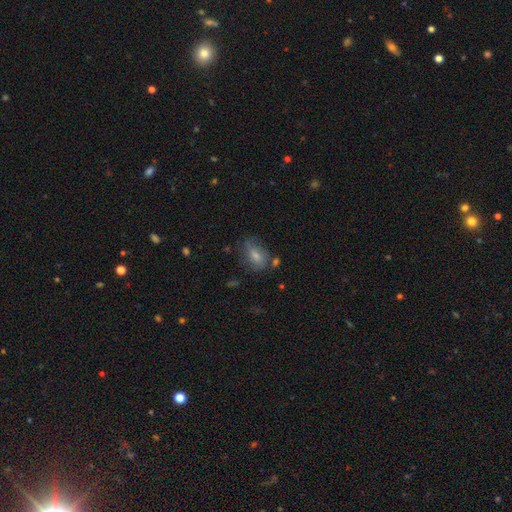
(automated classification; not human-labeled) This appears to be a smooth galaxy with no disk features (47%). Merging: none (68%).